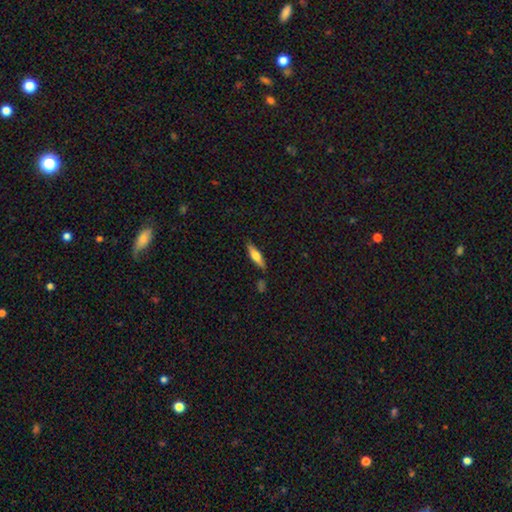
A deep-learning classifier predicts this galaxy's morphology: Q: Smooth or featured?
A: smooth (53%); runner-up: featured or disk (40%)
Q: How rounded?
A: cigar-shaped (68%); runner-up: in between (30%)
Q: Merging?
A: none (83%); runner-up: minor disturbance (11%)